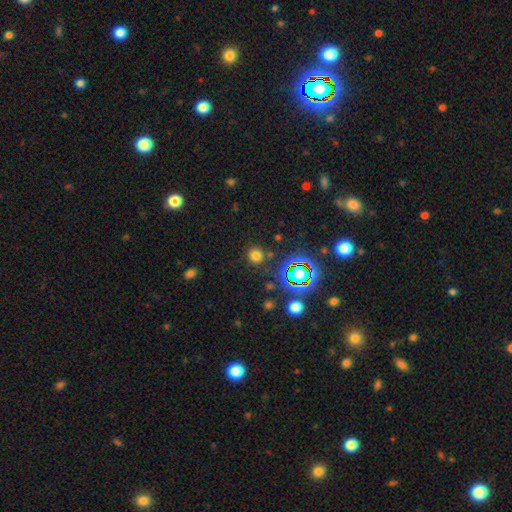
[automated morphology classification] A smooth galaxy with no disk features (69%) that is round (90%).

Vote fractions:
- Smooth or featured? smooth: 69% / star or artifact: 25% / featured or disk: 6%
- How rounded? round: 90% / in between: 9% / cigar-shaped: 1%
- Merging? none: 86% / minor disturbance: 8% / merger: 4% / major disturbance: 3%